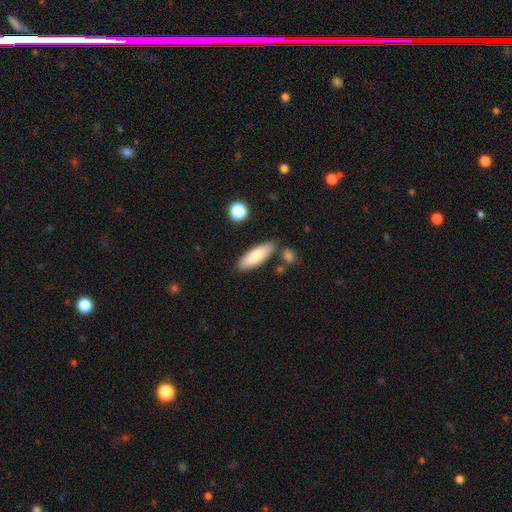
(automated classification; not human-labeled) Smooth or featured?
  - smooth: 80% *
  - featured or disk: 14%
  - star or artifact: 6%
How rounded?
  - in between: 57% *
  - cigar-shaped: 41%
  - round: 2%
Merging?
  - none: 79% *
  - minor disturbance: 13%
  - merger: 5%
  - major disturbance: 3%